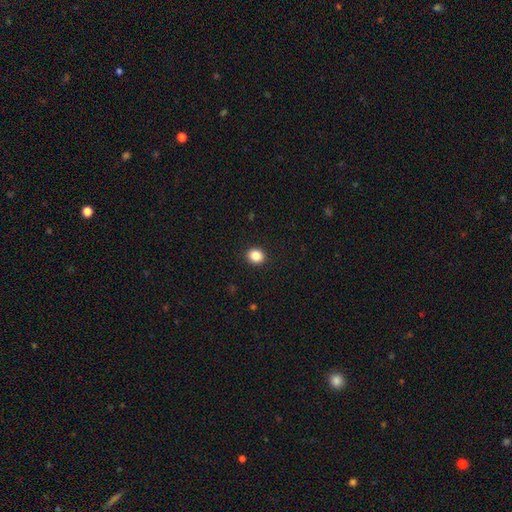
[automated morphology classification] Smooth or featured? Predicted: smooth (p=0.86). How rounded? Predicted: round (p=0.73). Merging? Predicted: none (p=0.92).